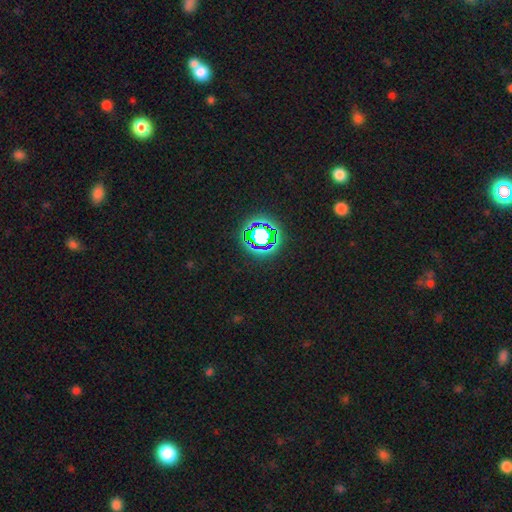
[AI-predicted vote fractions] smooth-or-featured: star or artifact: 76% | smooth: 17% | featured or disk: 7%